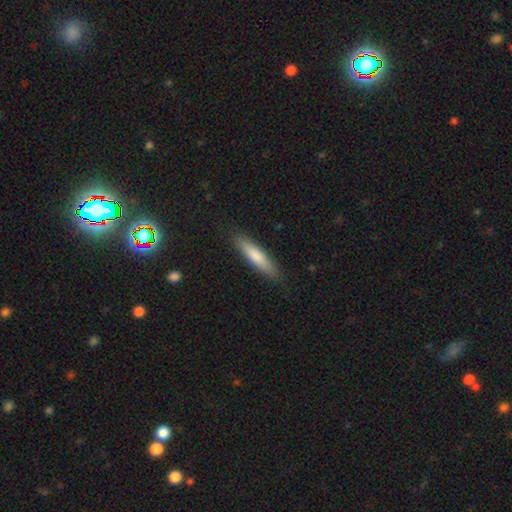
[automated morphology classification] smooth 75%, featured or disk 19%, star or artifact 6%. Down the decision tree: how rounded — cigar-shaped (82%); merging — none (87%).